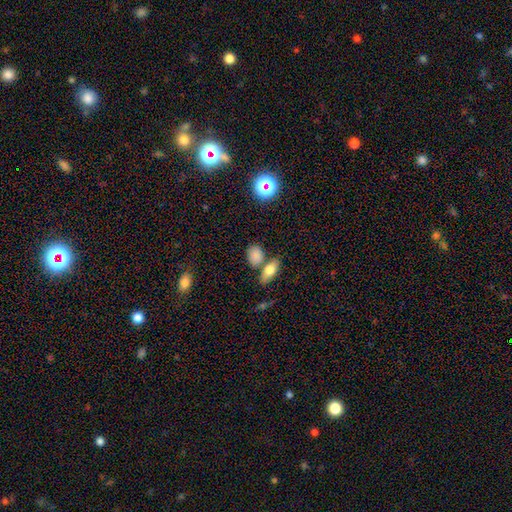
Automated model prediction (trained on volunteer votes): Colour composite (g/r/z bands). It shows a smooth galaxy with no disk features (80%) that is in between round and cigar-shaped (71%). Merging: none (62%).